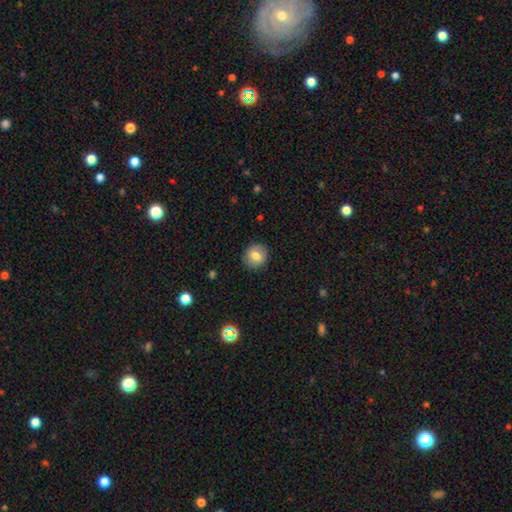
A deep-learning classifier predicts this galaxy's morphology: Smooth or featured? Predicted: smooth (p=0.77). How rounded? Predicted: round (p=0.83). Merging? Predicted: none (p=0.87).